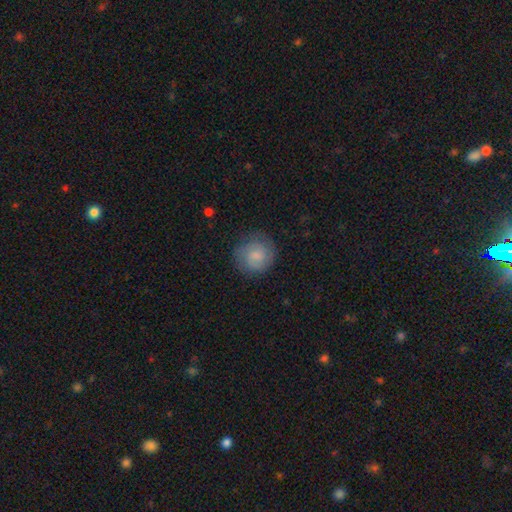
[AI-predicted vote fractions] smooth 57%, featured or disk 35%, star or artifact 7%. Down the decision tree: how rounded — round (87%); merging — none (78%).